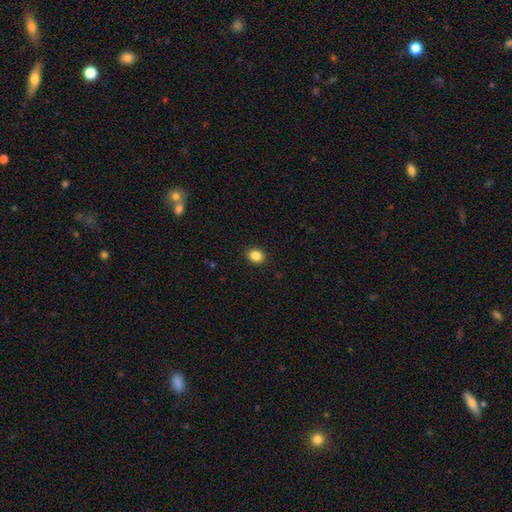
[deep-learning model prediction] Smooth or featured?
  - smooth: 86% *
  - star or artifact: 10%
  - featured or disk: 4%
How rounded?
  - round: 58% *
  - in between: 42%
  - cigar-shaped: 1%
Merging?
  - none: 91% *
  - minor disturbance: 6%
  - major disturbance: 2%
  - merger: 1%